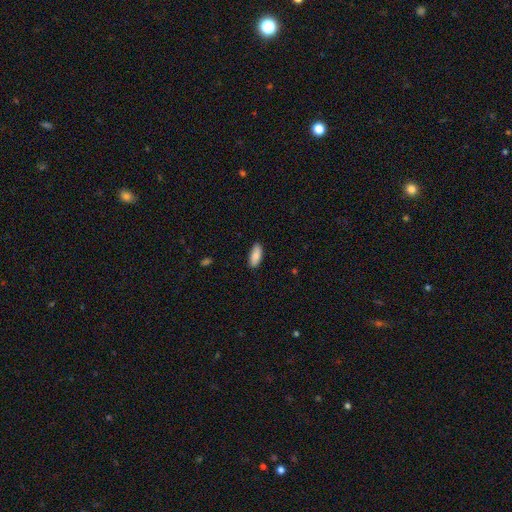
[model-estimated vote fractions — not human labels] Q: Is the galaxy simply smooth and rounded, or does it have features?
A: smooth — 87%.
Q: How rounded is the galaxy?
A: in between — 79%.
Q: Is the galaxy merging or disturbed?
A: none — 86%.